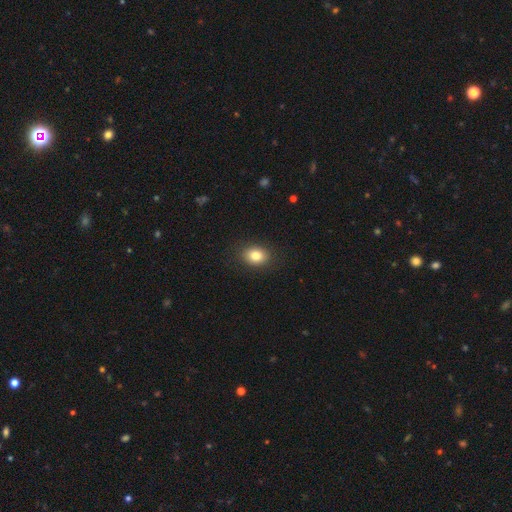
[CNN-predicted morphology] type=smooth (82%); roundness=in between (59%); merging=none (87%).